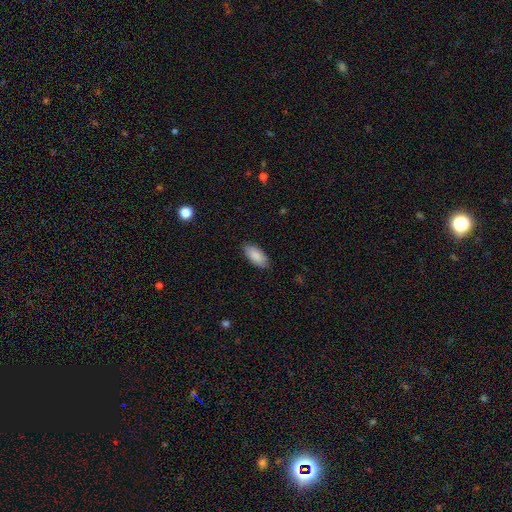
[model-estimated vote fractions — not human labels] This is clearly a smooth galaxy (88%). How rounded: clearly in between (89%). Merging: clearly none (85%).